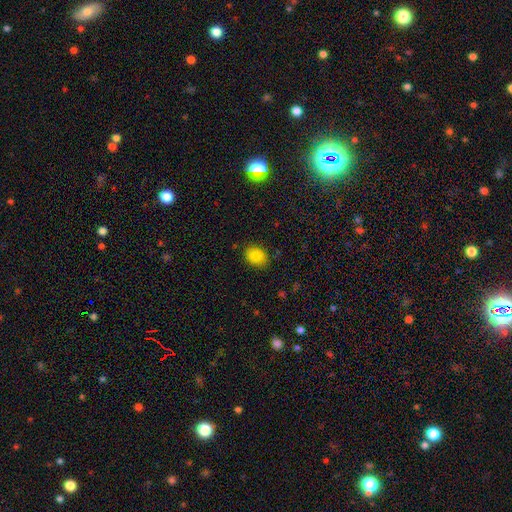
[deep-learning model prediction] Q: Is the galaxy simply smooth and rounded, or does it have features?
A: smooth — 85%.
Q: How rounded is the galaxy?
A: in between — 59%.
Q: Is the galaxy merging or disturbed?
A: none — 85%.